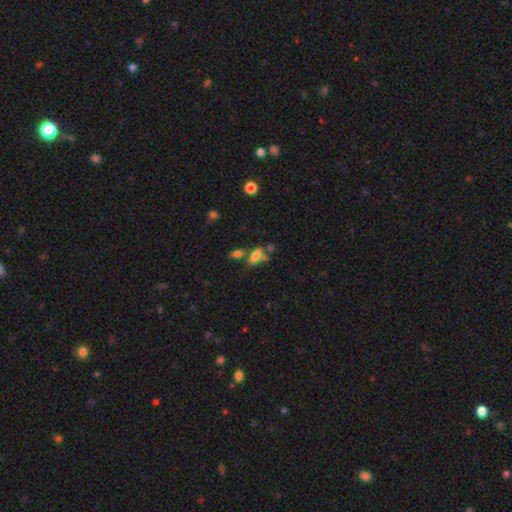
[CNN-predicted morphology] smooth 66%, featured or disk 22%, star or artifact 12%. Down the decision tree: how rounded — in between (67%); merging — none (48%).